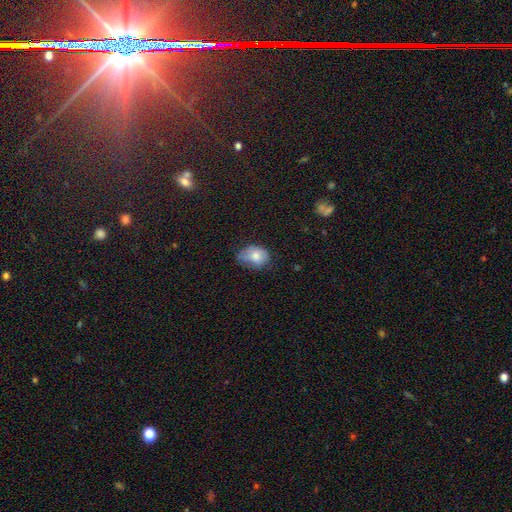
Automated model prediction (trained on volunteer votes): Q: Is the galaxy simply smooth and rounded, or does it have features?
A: smooth — 73%.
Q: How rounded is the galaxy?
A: in between — 64%.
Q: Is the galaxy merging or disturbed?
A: minor disturbance — 41%.